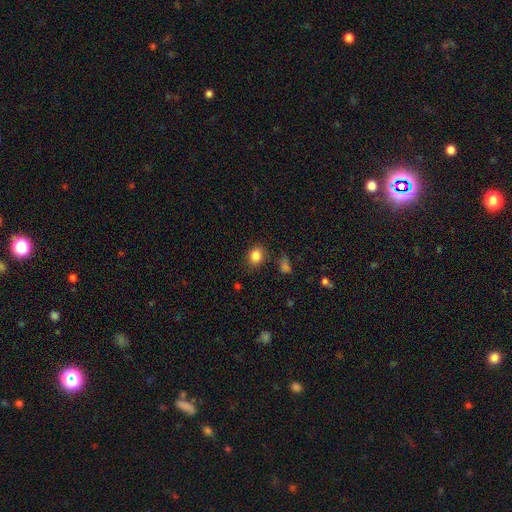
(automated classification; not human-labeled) Smooth or featured?
  - smooth: 84% *
  - star or artifact: 11%
  - featured or disk: 5%
How rounded?
  - round: 65% *
  - in between: 34%
  - cigar-shaped: 1%
Merging?
  - none: 80% *
  - minor disturbance: 13%
  - major disturbance: 4%
  - merger: 4%